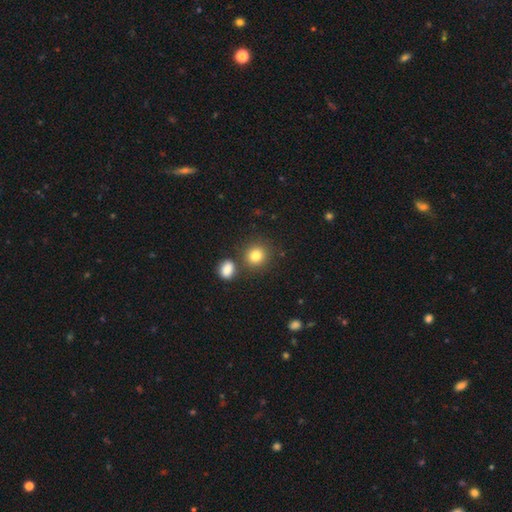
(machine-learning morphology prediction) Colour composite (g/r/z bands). It shows a smooth galaxy with no disk features (82%) that is round (86%). Merging: none (75%).